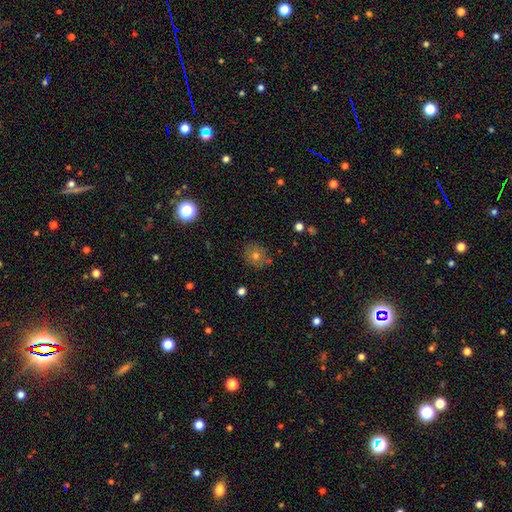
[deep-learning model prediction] smooth-or-featured: smooth: 70% | star or artifact: 16% | featured or disk: 13%
  how-rounded: round: 81% | in between: 18% | cigar-shaped: 1%
  merging: none: 80% | minor disturbance: 13% | merger: 4% | major disturbance: 3%